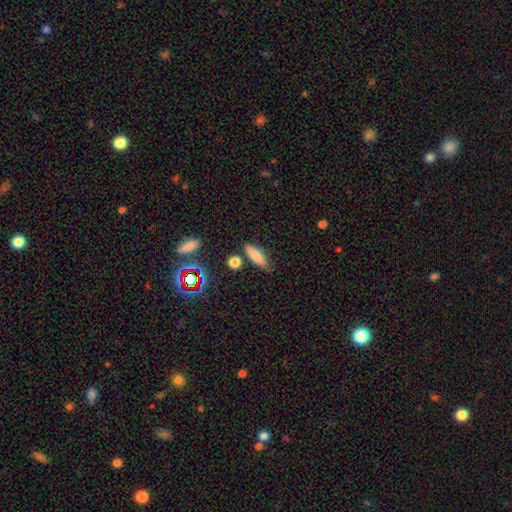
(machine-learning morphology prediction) type=smooth (76%); roundness=in between (50%); merging=none (71%).